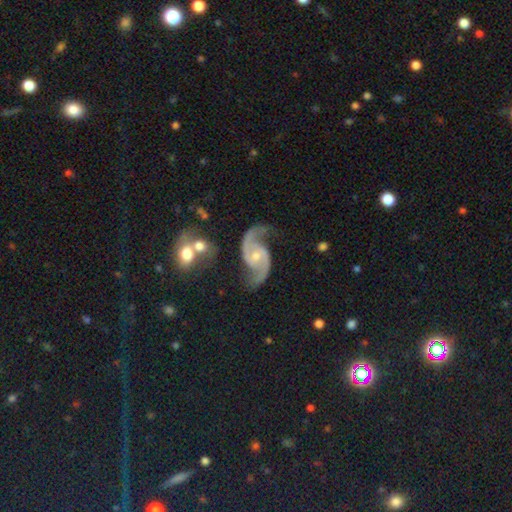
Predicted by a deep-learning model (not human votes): Overall: featured or disk (92%). Edge-on disk: no (98%). Bar: no (53%; weak 37%). Spiral arms: yes (98%). Spiral arm count: 2 (94%). Spiral winding: loose (51%; medium 41%). Bulge size: small (48%; moderate 45%). Merging: none (71%).